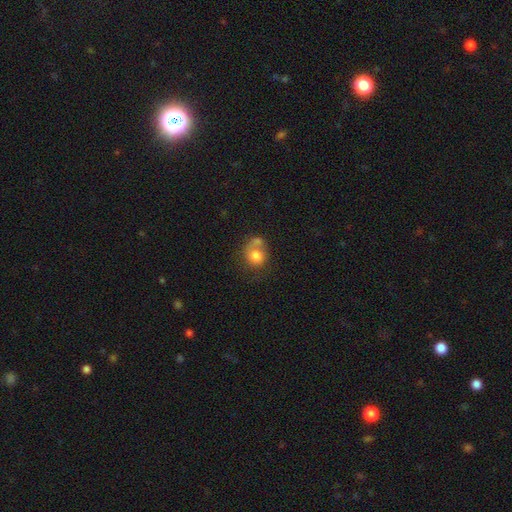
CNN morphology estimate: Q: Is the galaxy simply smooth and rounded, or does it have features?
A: smooth — 75%.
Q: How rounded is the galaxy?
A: round — 75%.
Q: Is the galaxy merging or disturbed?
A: merger — 43%.